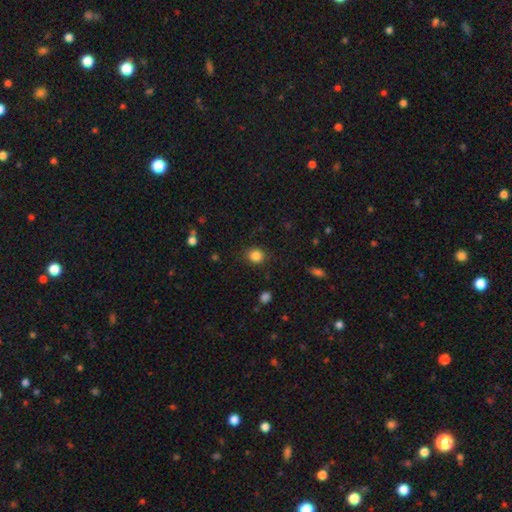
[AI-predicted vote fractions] The model was most divided on "how rounded": round: 81%, in between: 18%, cigar-shaped: 1%. More confident: merging — none (87%); smooth or featured — smooth (85%).